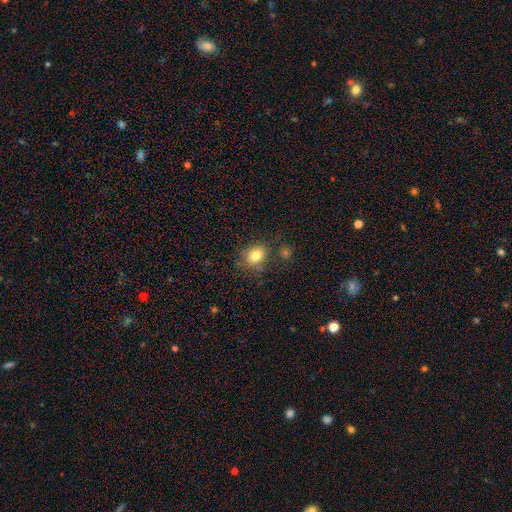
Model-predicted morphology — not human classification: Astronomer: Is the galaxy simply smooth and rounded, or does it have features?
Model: smooth — 80%.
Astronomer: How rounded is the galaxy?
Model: round — 51% (runner-up: in between, 48%).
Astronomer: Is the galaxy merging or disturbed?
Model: none — 72%.